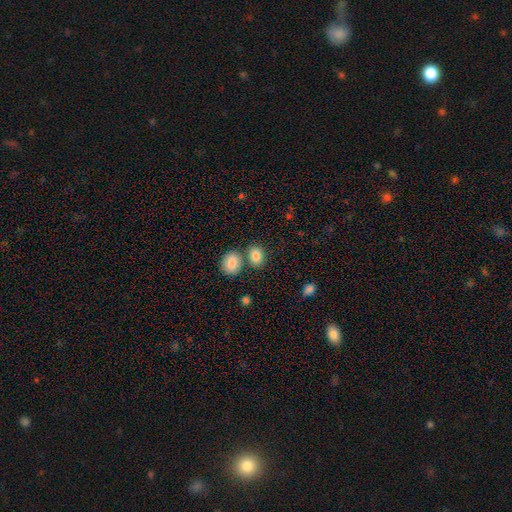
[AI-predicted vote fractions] A smooth galaxy with no disk features (85%) that is in between round and cigar-shaped (61%).

Vote fractions:
- Smooth or featured? smooth: 85% / star or artifact: 9% / featured or disk: 6%
- How rounded? in between: 61% / round: 38% / cigar-shaped: 1%
- Merging? none: 62% / merger: 25% / minor disturbance: 10% / major disturbance: 3%